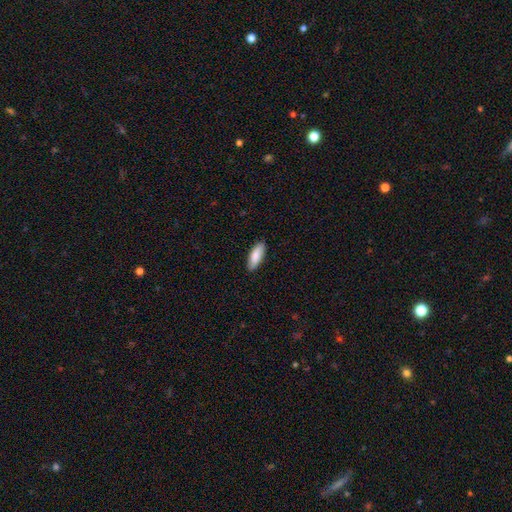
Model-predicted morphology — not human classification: This appears to be a smooth galaxy with no disk features (87%) that is in between round and cigar-shaped (64%). Merging: none (89%).